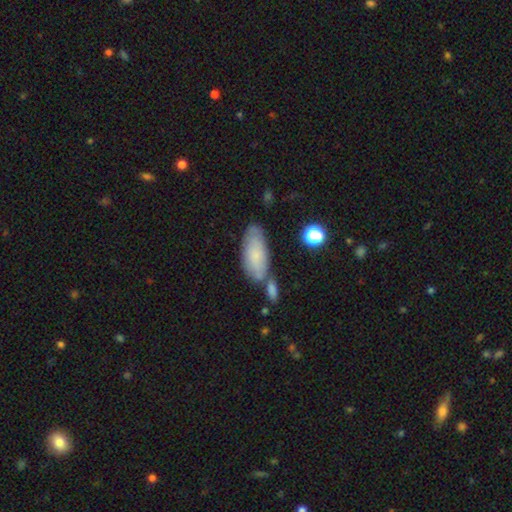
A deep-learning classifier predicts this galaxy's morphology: type=smooth (70%); roundness=in between (83%); merging=none (55%).